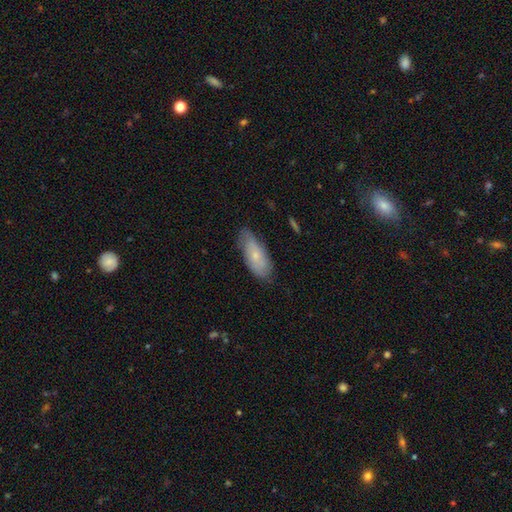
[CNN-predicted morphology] smooth 61%, featured or disk 32%, star or artifact 7%. Down the decision tree: how rounded — in between (77%); merging — none (72%).